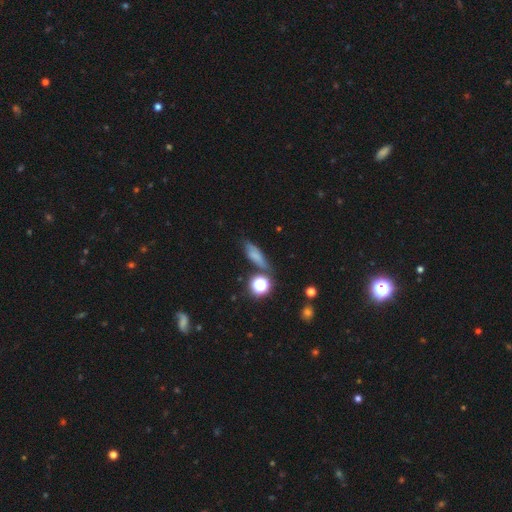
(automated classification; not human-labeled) smooth-or-featured: smooth: 64% | featured or disk: 19% | star or artifact: 18%
  how-rounded: in between: 45% | cigar-shaped: 41% | round: 14%
  merging: none: 66% | minor disturbance: 20% | merger: 8% | major disturbance: 7%